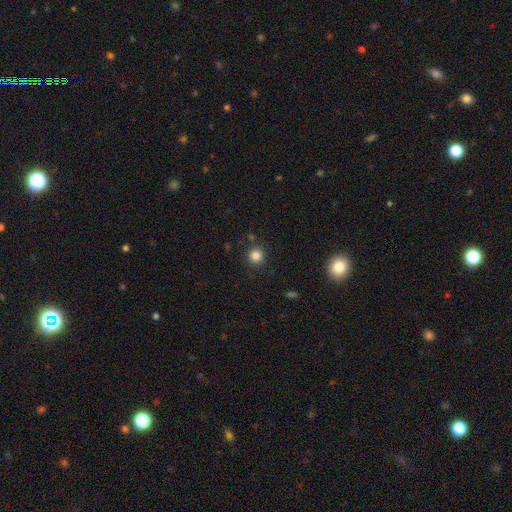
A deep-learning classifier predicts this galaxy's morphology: The model was most divided on "smooth or featured": smooth: 84%, star or artifact: 12%, featured or disk: 4%. More confident: how rounded — round (94%); merging — none (88%).